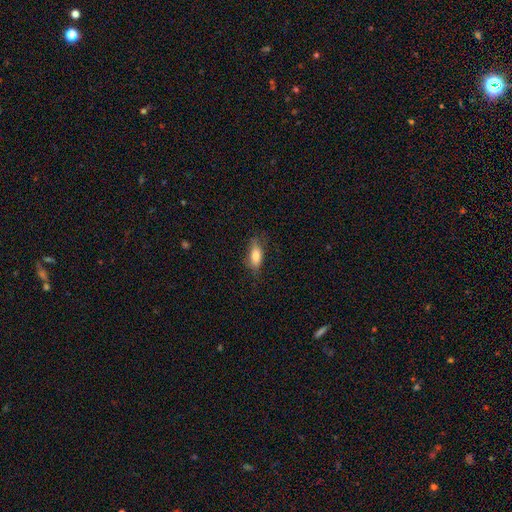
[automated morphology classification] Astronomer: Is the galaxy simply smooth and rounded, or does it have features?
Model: smooth — 79%.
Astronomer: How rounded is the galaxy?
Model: in between — 77%.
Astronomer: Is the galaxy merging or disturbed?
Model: none — 69%.